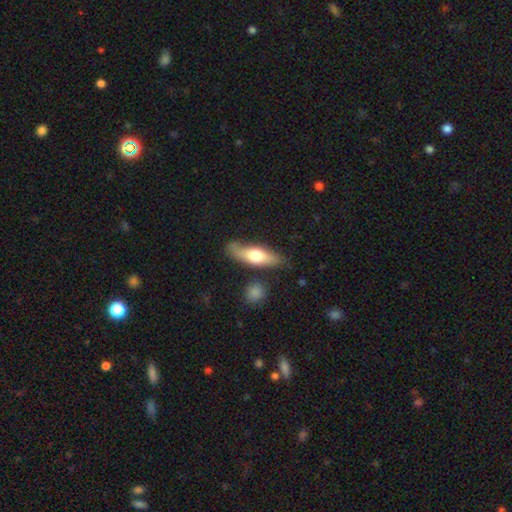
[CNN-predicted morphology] Q: Smooth or featured?
A: smooth (56%); runner-up: featured or disk (38%)
Q: How rounded?
A: in between (49%); runner-up: cigar-shaped (47%)
Q: Merging?
A: none (71%); runner-up: minor disturbance (19%)